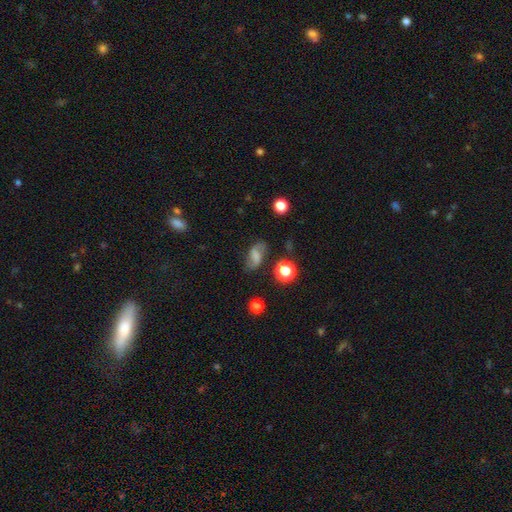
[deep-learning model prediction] This is possibly a featured or disk galaxy (46%). Merging: likely none (72%).